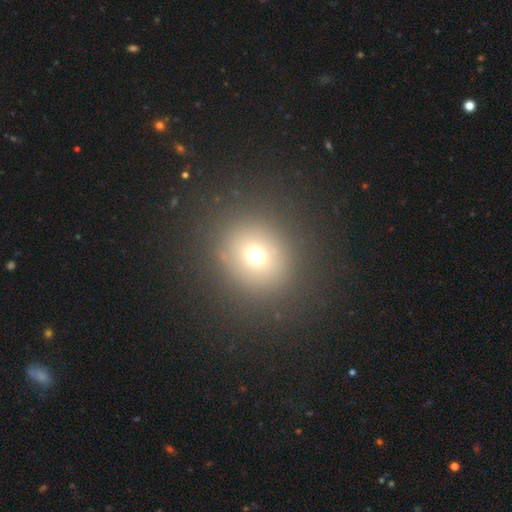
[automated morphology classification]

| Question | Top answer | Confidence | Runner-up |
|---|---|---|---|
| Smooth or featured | smooth | 68% | star or artifact (20%) |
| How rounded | round | 83% | in between (16%) |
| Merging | none | 87% | minor disturbance (7%) |